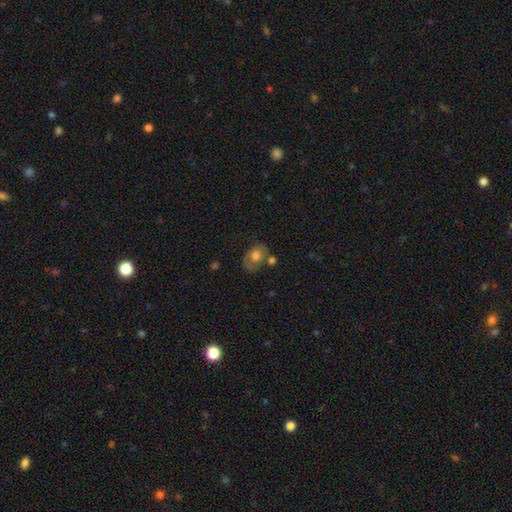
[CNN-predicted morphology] Q: Smooth or featured?
A: featured or disk (46%); runner-up: smooth (45%)
Q: Merging?
A: none (50%); runner-up: minor disturbance (23%)